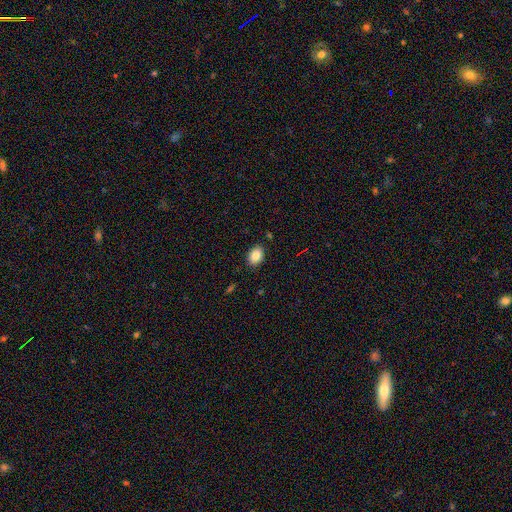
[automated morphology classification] Overall: smooth (86%). How rounded: in between (81%). Merging: none (87%).